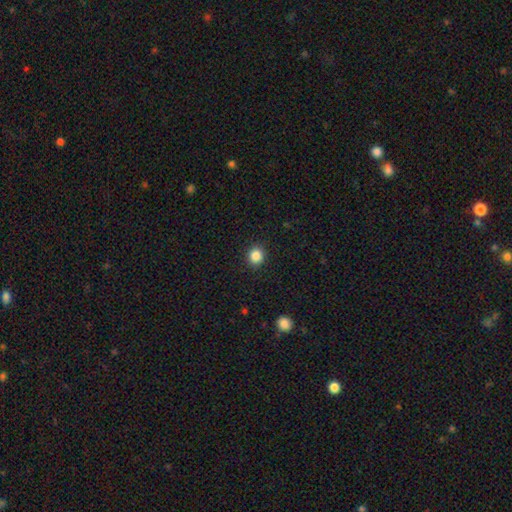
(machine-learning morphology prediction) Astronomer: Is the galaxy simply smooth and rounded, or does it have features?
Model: smooth — 86%.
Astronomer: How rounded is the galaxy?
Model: round — 83%.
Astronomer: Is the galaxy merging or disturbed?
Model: none — 92%.